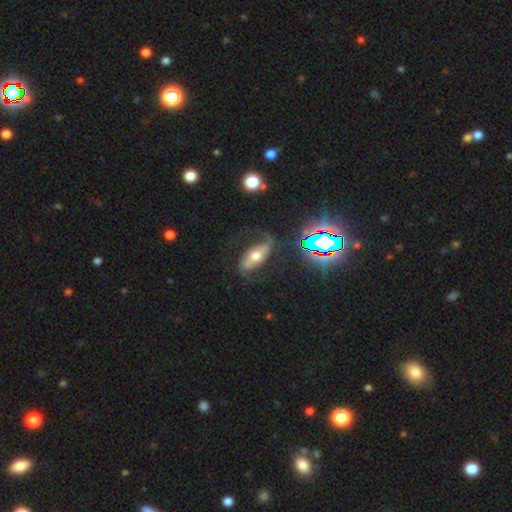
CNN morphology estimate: smooth_or_featured: featured or disk (p=0.64) [alt: smooth p=0.23]
disk_edge_on: no (p=0.86) [alt: yes p=0.14]
bar: no (p=0.42) [alt: strong p=0.31]
has_spiral_arms: yes (p=0.83) [alt: no p=0.17]
bulge_size: moderate (p=0.67) [alt: large p=0.16]
merging: none (p=0.64) [alt: minor disturbance p=0.18]